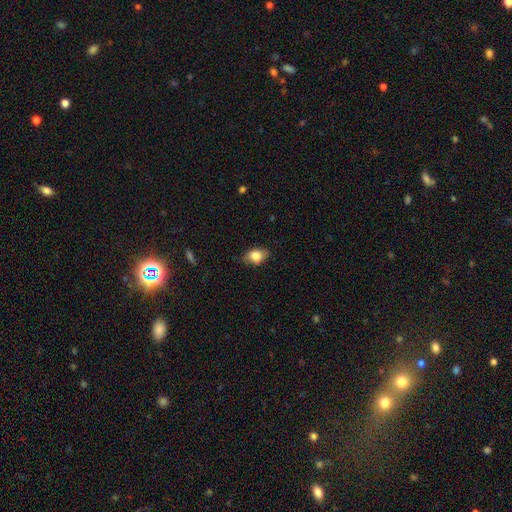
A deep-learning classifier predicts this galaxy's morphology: smooth-or-featured: smooth: 81% | featured or disk: 11% | star or artifact: 8%
  how-rounded: in between: 76% | round: 22% | cigar-shaped: 2%
  merging: none: 74% | minor disturbance: 21% | major disturbance: 4% | merger: 1%